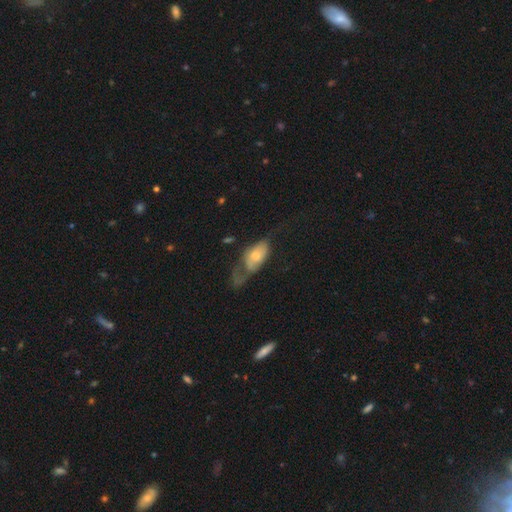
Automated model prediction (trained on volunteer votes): Overall: smooth (58%; featured or disk 35%). How rounded: in between (89%). Merging: major disturbance (52%; minor disturbance 23%).